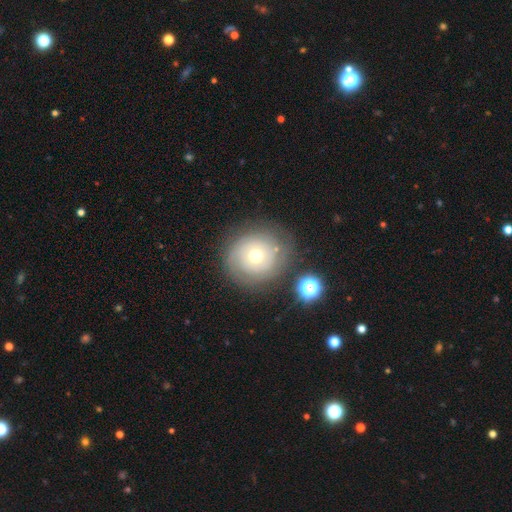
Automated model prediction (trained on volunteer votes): Smooth or featured?
  - featured or disk: 46% *
  - smooth: 43%
  - star or artifact: 11%
Merging?
  - none: 74% *
  - minor disturbance: 15%
  - major disturbance: 7%
  - merger: 5%